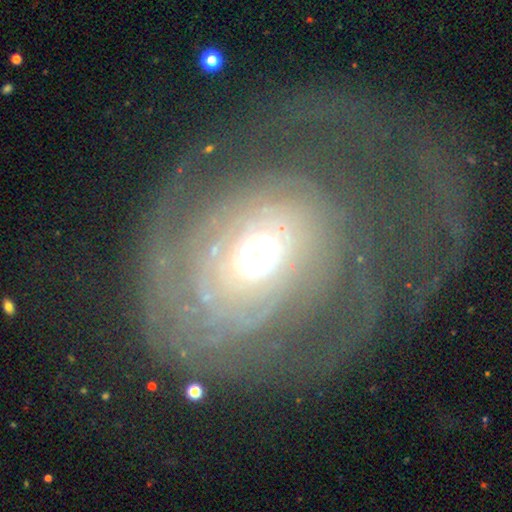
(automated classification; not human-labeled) The model was most divided on "merging": none: 47%, major disturbance: 35%, minor disturbance: 15%, merger: 2%. Remaining: edge-on disk — no (96%); smooth or featured — featured or disk (79%); bar — no (78%); spiral arms — yes (76%); bulge size — moderate (63%); spiral winding — tight (54%); spiral arm count — can't tell (41%).